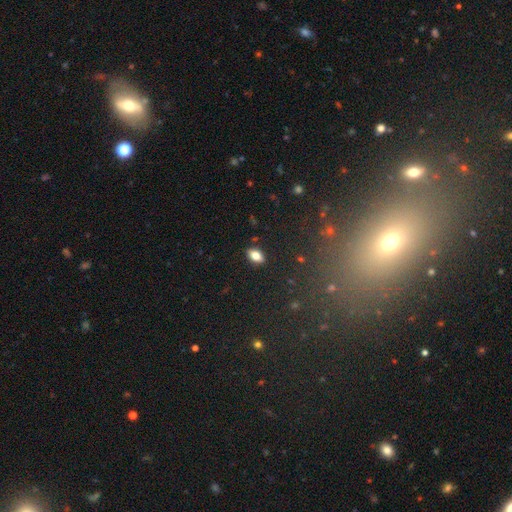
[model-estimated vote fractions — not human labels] Smooth or featured? smooth (81%)
How rounded? in between (90%)
Merging? none (88%)